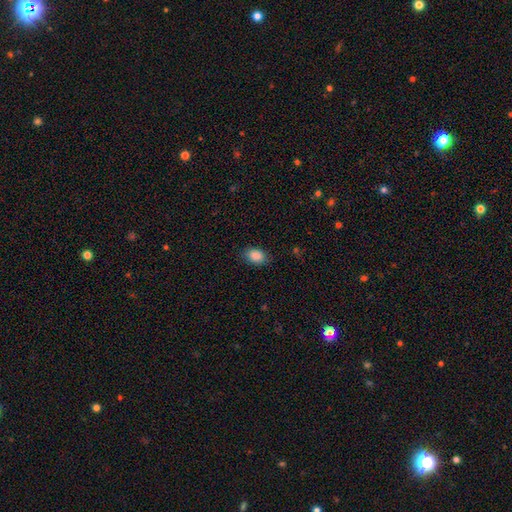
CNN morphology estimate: Smooth or featured: smooth — 88% (star or artifact — 8%)
How rounded: in between — 80% (round — 19%)
Merging: none — 84% (minor disturbance — 12%)